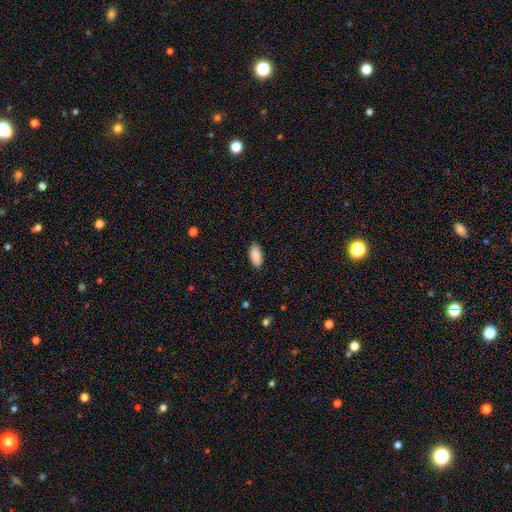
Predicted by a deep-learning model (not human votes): Smooth or featured? Predicted: smooth (p=0.90). How rounded? Predicted: in between (p=0.90). Merging? Predicted: none (p=0.88).